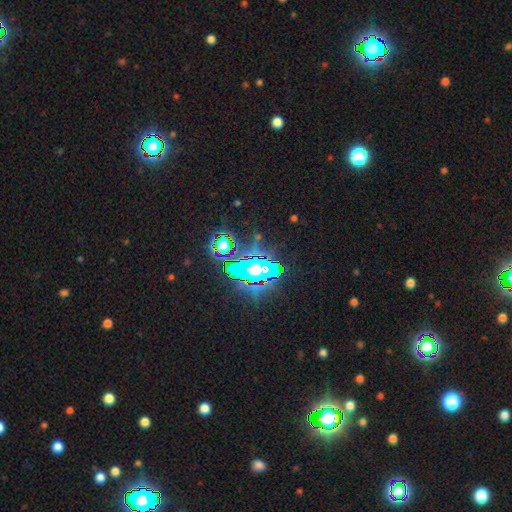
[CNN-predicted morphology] A star or artifact, not a galaxy (81%).

Vote fractions:
- Smooth or featured? star or artifact: 81% / smooth: 10% / featured or disk: 8%